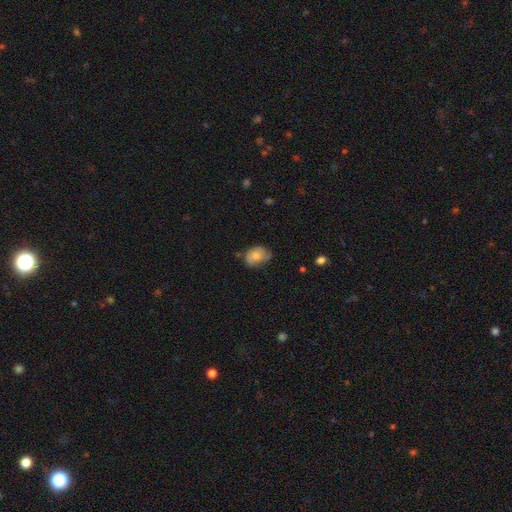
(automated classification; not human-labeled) This is likely a smooth galaxy (68%). How rounded: likely in between (70%). Merging: possibly none (55%).